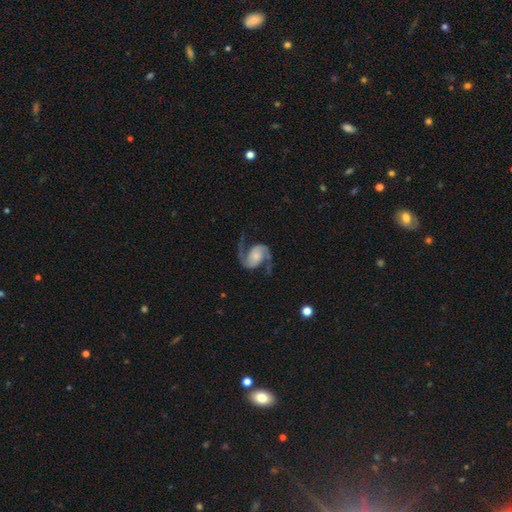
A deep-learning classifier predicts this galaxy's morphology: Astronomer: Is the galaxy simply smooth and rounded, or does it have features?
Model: featured or disk — 91%.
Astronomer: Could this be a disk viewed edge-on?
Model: no — 98%.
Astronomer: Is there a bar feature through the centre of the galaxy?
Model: no — 64%.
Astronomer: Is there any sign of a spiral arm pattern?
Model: yes — 98%.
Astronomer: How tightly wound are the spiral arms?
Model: loose — 48% (runner-up: medium, 41%).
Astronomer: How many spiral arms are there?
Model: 2 — 94%.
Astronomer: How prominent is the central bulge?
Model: small — 37% (runner-up: moderate, 24%).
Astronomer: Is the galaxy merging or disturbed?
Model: none — 75%.